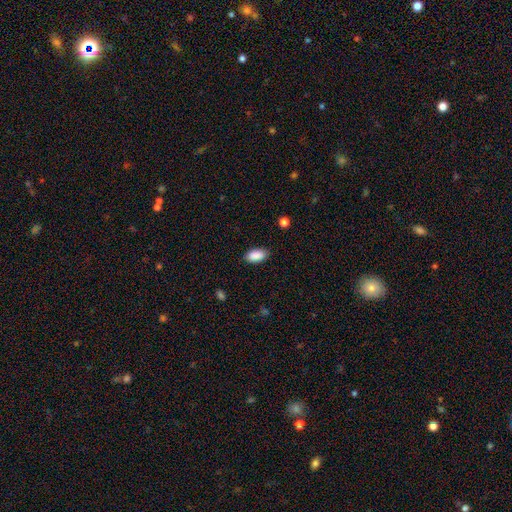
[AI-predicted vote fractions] Smooth or featured? smooth (90%)
How rounded? in between (94%)
Merging? none (87%)